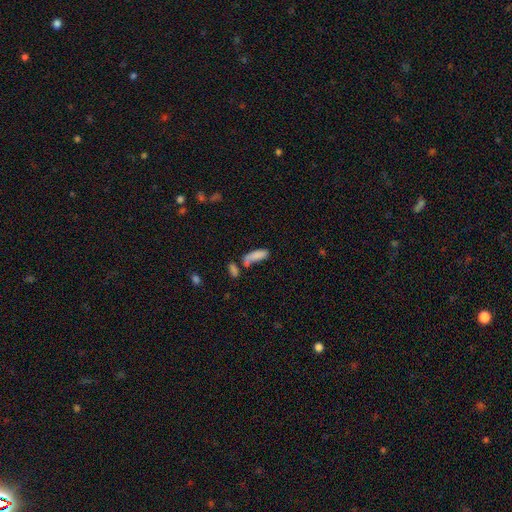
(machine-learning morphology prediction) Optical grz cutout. It shows a smooth galaxy with no disk features (80%) that is in between round and cigar-shaped (58%). Merging: none (39%).